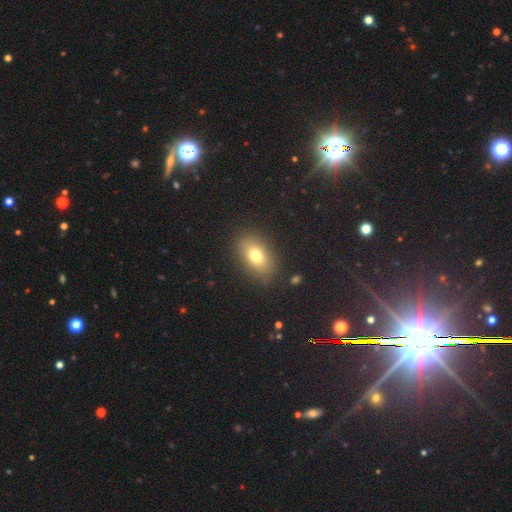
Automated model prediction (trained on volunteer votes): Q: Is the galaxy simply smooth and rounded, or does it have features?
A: smooth — 74%.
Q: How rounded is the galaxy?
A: in between — 86%.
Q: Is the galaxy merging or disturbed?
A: none — 85%.